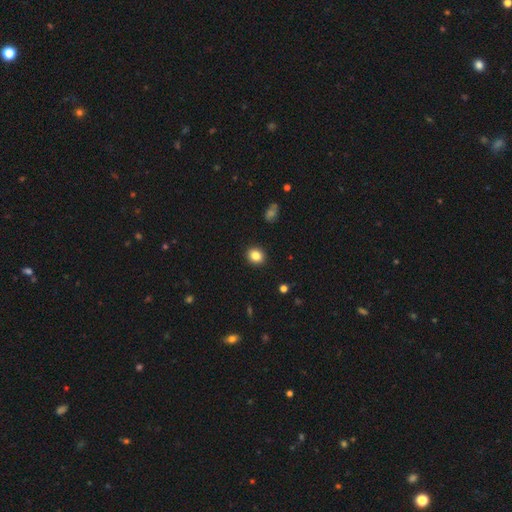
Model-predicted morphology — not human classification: The model was most divided on "how rounded": round: 68%, in between: 32%, cigar-shaped: 1%. More confident: merging — none (91%); smooth or featured — smooth (85%).